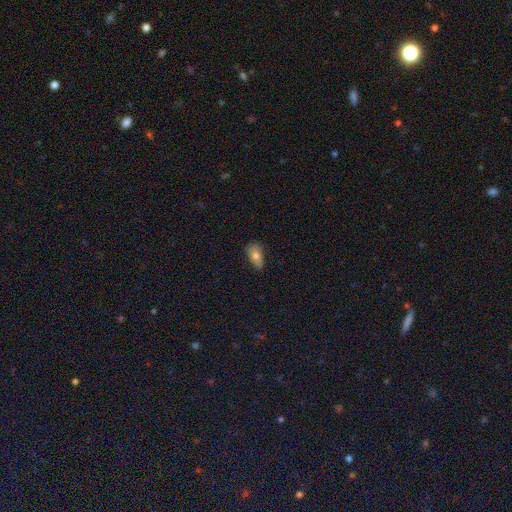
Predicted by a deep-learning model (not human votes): A smooth galaxy with no disk features (70%) that is in between round and cigar-shaped (86%). Merging: none (58%).